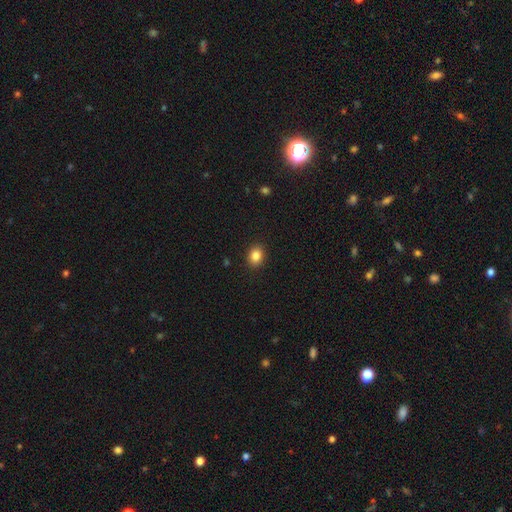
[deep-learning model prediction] Smooth or featured? Predicted: smooth (p=0.85). How rounded? Predicted: in between (p=0.56). Merging? Predicted: none (p=0.90).